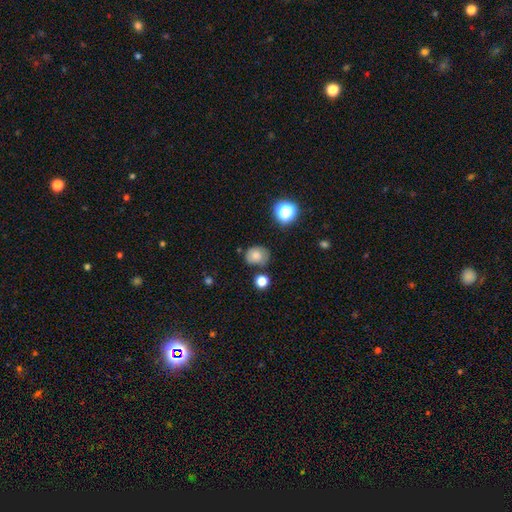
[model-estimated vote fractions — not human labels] This appears to be a smooth galaxy with no disk features (76%) that is round (66%). Merging: none (67%).